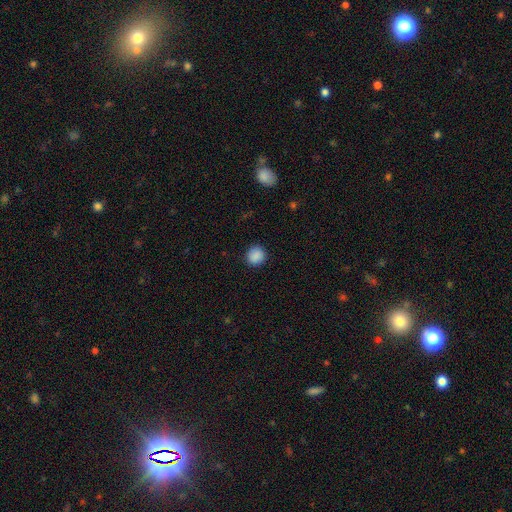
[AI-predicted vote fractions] smooth-or-featured: smooth: 88% | star or artifact: 9% | featured or disk: 3%
  how-rounded: round: 89% | in between: 10% | cigar-shaped: 1%
  merging: none: 90% | minor disturbance: 7% | major disturbance: 2% | merger: 1%